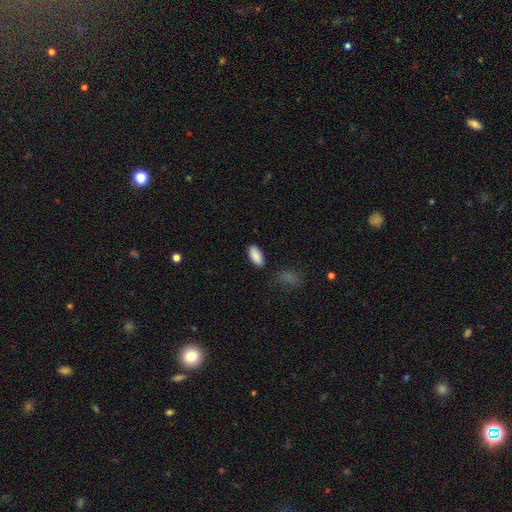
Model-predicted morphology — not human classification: Smooth or featured? smooth (89%)
How rounded? in between (91%)
Merging? none (85%)